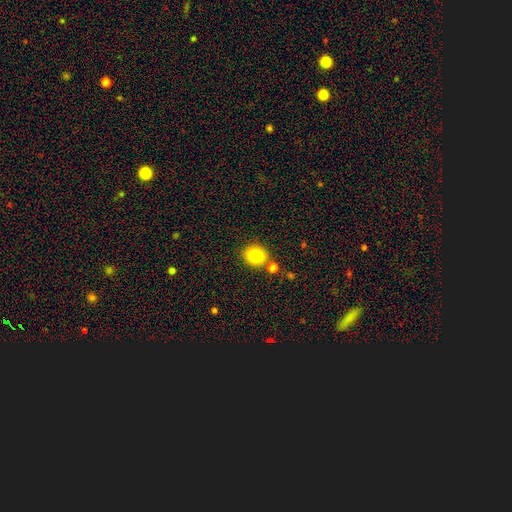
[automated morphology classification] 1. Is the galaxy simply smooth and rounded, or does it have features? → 85% smooth, 9% star or artifact, 6% featured or disk.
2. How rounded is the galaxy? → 69% round, 30% in between, 1% cigar-shaped.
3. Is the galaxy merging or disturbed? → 74% none, 13% merger, 10% minor disturbance, 3% major disturbance.